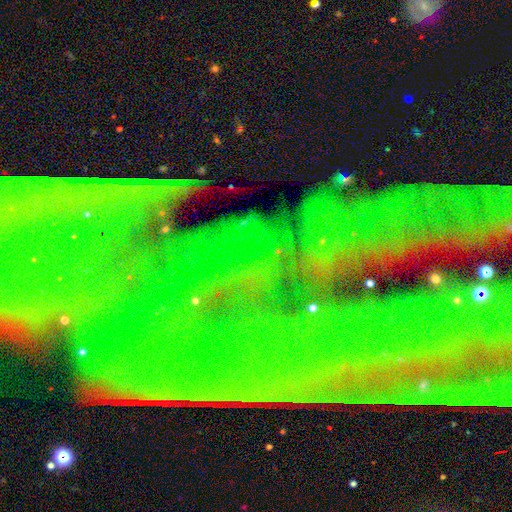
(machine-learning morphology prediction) smooth-or-featured: star or artifact: 82% | featured or disk: 10% | smooth: 7%